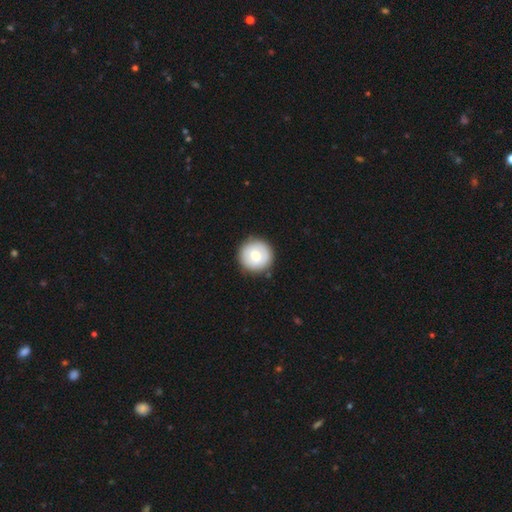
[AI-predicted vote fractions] Smooth or featured? Predicted: smooth (p=0.63). How rounded? Predicted: round (p=0.96). Merging? Predicted: none (p=0.90).